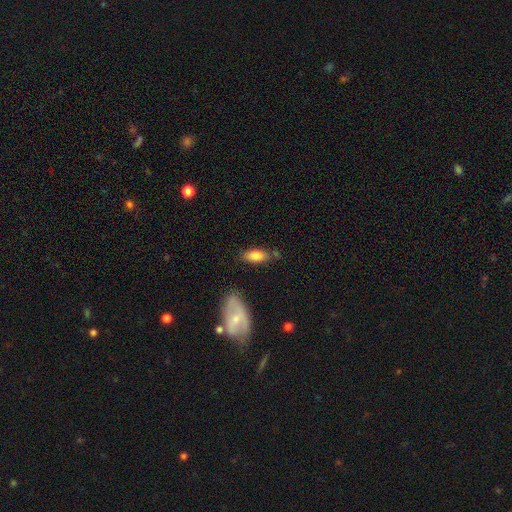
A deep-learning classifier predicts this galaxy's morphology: Q: Smooth or featured?
A: smooth (81%); runner-up: featured or disk (12%)
Q: How rounded?
A: in between (82%); runner-up: cigar-shaped (15%)
Q: Merging?
A: none (71%); runner-up: minor disturbance (18%)